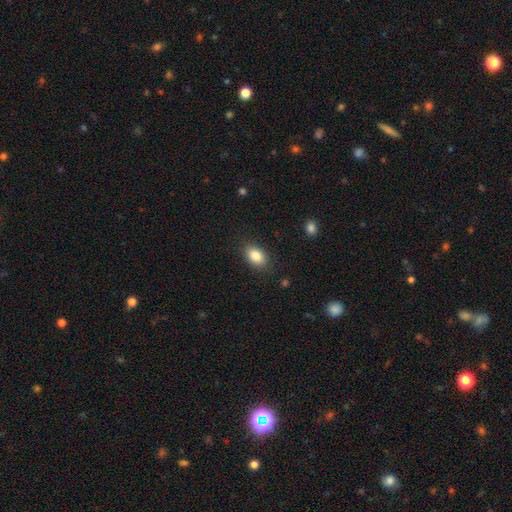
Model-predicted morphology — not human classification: Q: Smooth or featured?
A: smooth (86%); runner-up: star or artifact (8%)
Q: How rounded?
A: in between (86%); runner-up: round (12%)
Q: Merging?
A: none (86%); runner-up: minor disturbance (10%)